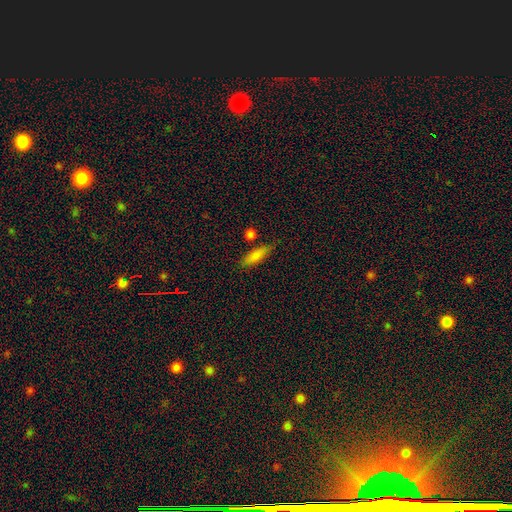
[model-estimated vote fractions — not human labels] Smooth or featured?
  - smooth: 79% *
  - featured or disk: 13%
  - star or artifact: 8%
How rounded?
  - cigar-shaped: 52% *
  - in between: 45%
  - round: 3%
Merging?
  - none: 75% *
  - minor disturbance: 15%
  - merger: 7%
  - major disturbance: 4%